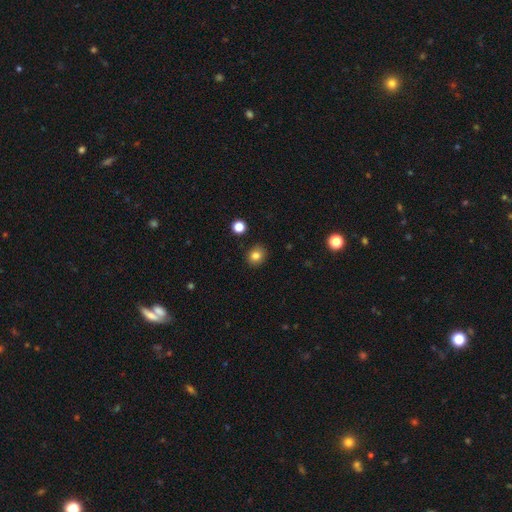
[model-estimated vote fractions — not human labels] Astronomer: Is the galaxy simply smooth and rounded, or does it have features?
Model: smooth — 82%.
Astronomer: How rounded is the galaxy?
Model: round — 74%.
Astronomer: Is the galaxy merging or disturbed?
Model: none — 89%.